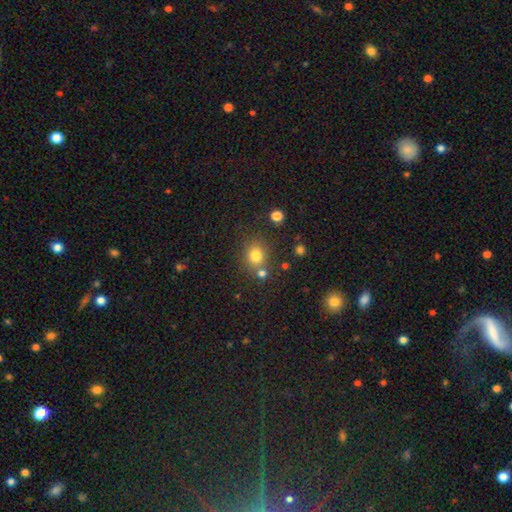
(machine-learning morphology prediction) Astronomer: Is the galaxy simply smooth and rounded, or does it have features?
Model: smooth — 77%.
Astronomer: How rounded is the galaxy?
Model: round — 78%.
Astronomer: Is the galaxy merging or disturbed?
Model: none — 72%.